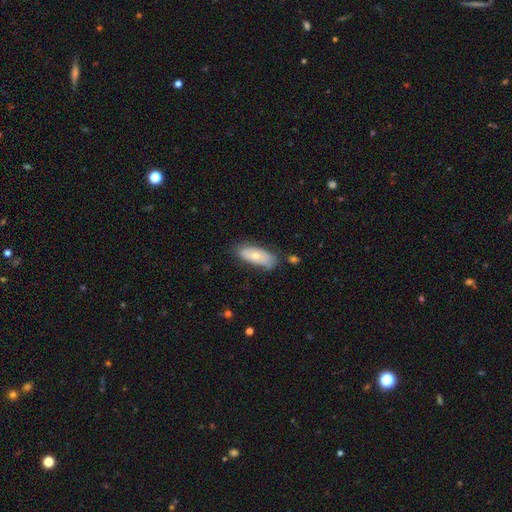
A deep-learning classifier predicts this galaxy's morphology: Smooth or featured? Predicted: smooth (p=0.60). How rounded? Predicted: in between (p=0.81). Merging? Predicted: none (p=0.69).